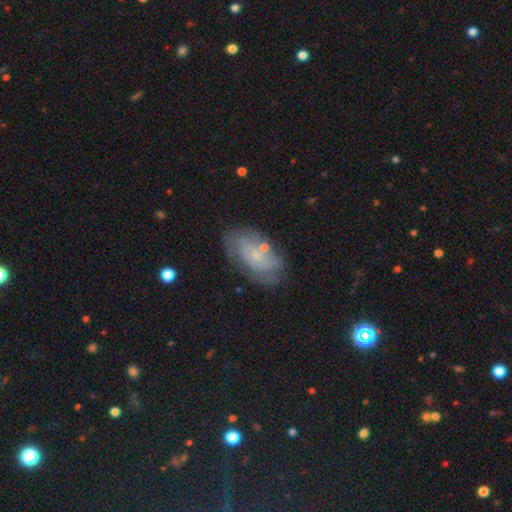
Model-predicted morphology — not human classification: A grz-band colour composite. It shows a featured or disk galaxy (52%). Merging: none (67%).